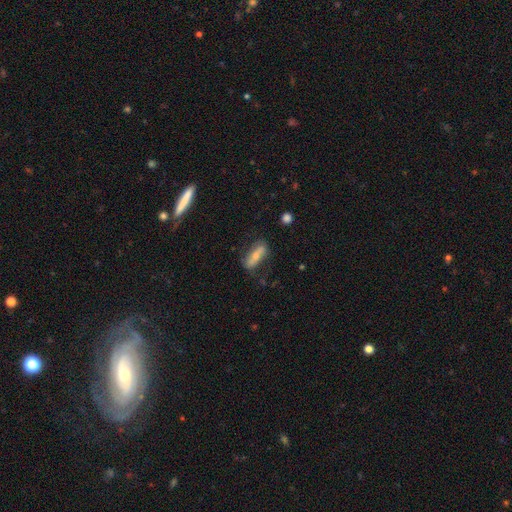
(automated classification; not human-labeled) Smooth or featured?
  - smooth: 50% *
  - featured or disk: 43%
  - star or artifact: 7%
How rounded?
  - in between: 51% *
  - cigar-shaped: 46%
  - round: 3%
Merging?
  - none: 70% *
  - minor disturbance: 20%
  - major disturbance: 7%
  - merger: 3%